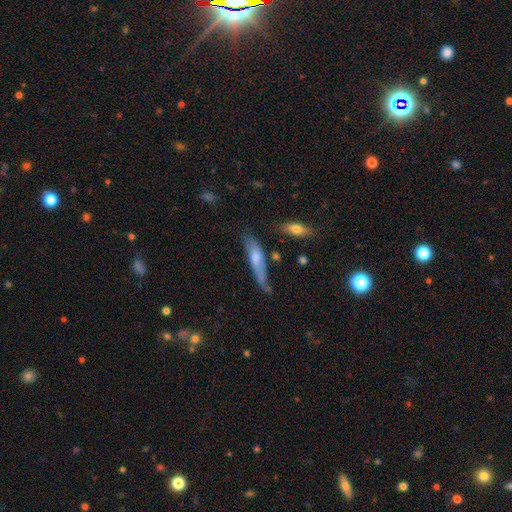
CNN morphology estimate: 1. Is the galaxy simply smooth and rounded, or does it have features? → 60% smooth, 33% featured or disk, 7% star or artifact.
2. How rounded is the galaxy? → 77% cigar-shaped, 21% in between, 2% round.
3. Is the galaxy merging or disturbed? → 49% none, 33% minor disturbance, 11% major disturbance, 7% merger.